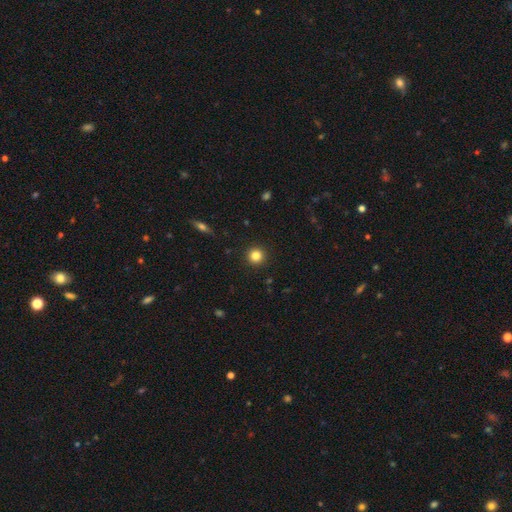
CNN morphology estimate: A smooth galaxy with no disk features (83%) that is round (95%). Merging: none (92%).